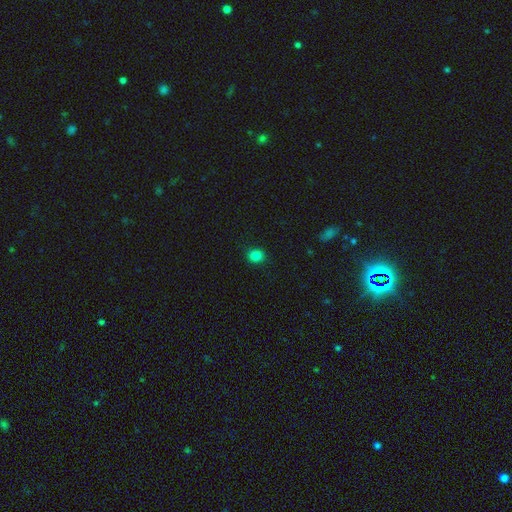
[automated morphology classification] smooth 83%, star or artifact 13%, featured or disk 4%. Down the decision tree: how rounded — round (73%); merging — none (89%).